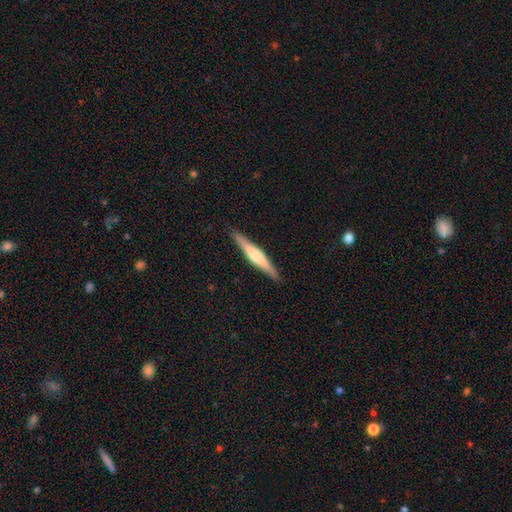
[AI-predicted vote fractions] featured or disk 59%, smooth 36%, star or artifact 5%. Down the decision tree: edge-on disk — yes (97%); edge-on bulge — rounded (60%); merging — none (91%).